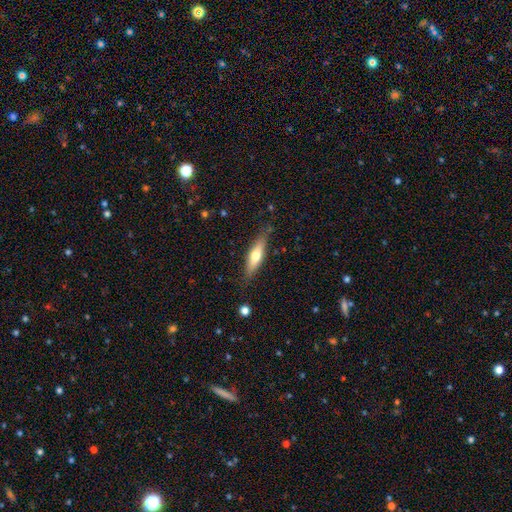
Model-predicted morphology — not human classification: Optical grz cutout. It shows a smooth galaxy with no disk features (55%) that is cigar-shaped (66%). Merging: none (81%).